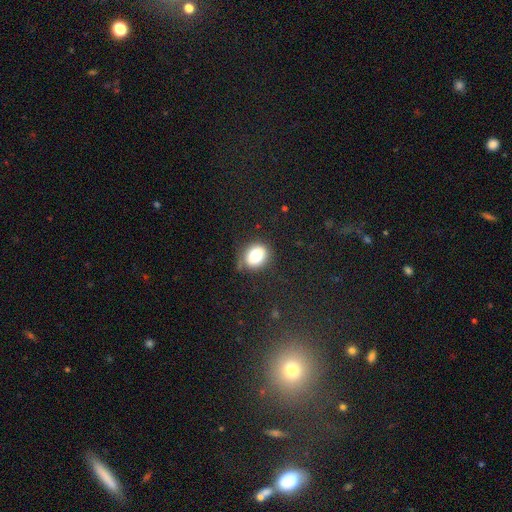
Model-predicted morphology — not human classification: smooth-or-featured: smooth: 78% | featured or disk: 11% | star or artifact: 10%
  how-rounded: round: 56% | in between: 42% | cigar-shaped: 1%
  merging: none: 73% | minor disturbance: 19% | major disturbance: 6% | merger: 2%